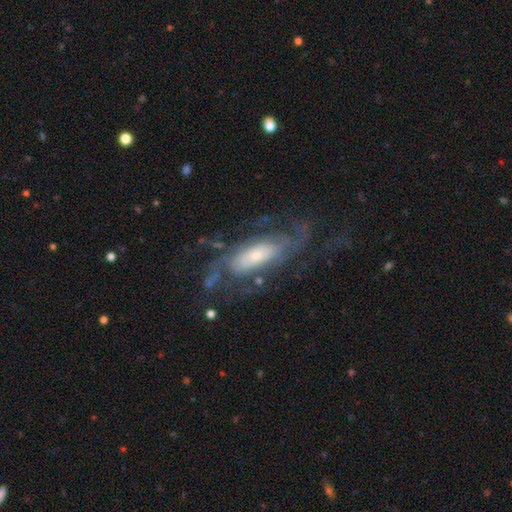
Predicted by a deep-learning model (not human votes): A featured or disk galaxy (80%) with no bar (61%), tight (43%) spiral arms (89%) and a small central bulge (40%, tied with moderate).

Vote fractions:
- Smooth or featured? featured or disk: 80% / smooth: 13% / star or artifact: 6%
- Edge-on disk? no: 89% / yes: 11%
- Bar? no: 61% / weak: 27% / strong: 11%
- Spiral arms? yes: 89% / no: 11%
- Spiral winding? tight: 43% / medium: 38% / loose: 19%
- Spiral arm count? can't tell: 38% / 2: 30% / 3: 14% / 4: 8% / 1: 6% / more than 4: 5%
- Bulge size? small: 40% (tied) / moderate: 40% (tied) / large: 15% / none: 3% / dominant: 2%
- Merging? none: 60% / major disturbance: 21% / minor disturbance: 17% / merger: 2%